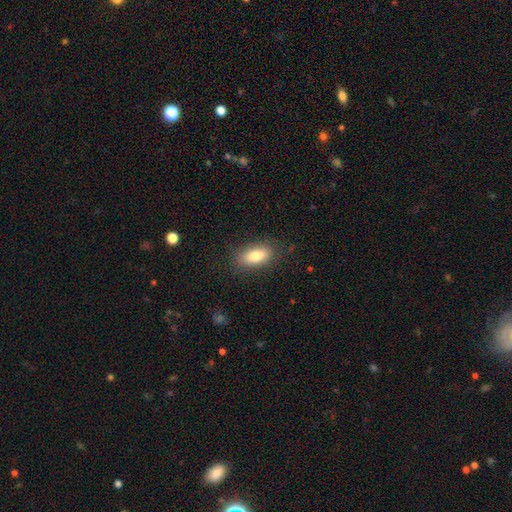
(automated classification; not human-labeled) smooth-or-featured: smooth: 79% | featured or disk: 14% | star or artifact: 7%
  how-rounded: in between: 87% | cigar-shaped: 9% | round: 4%
  merging: none: 83% | minor disturbance: 12% | major disturbance: 4% | merger: 1%